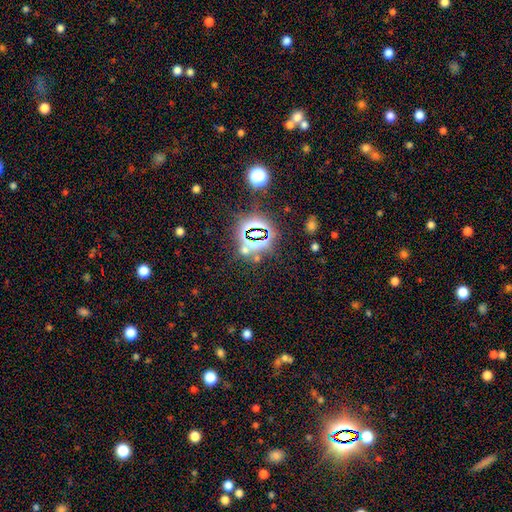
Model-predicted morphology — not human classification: A star or artifact, not a galaxy (77%).